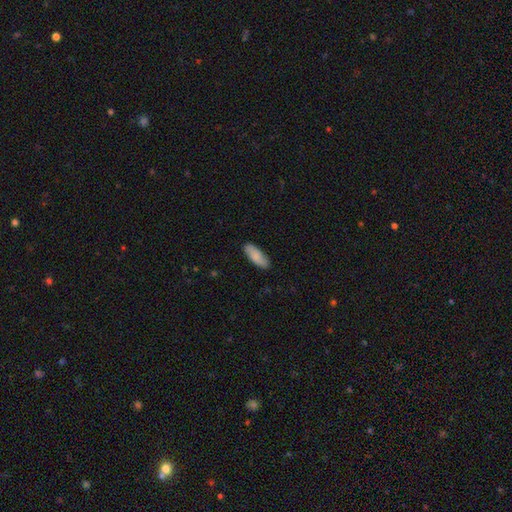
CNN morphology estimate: The model was most divided on "how rounded": in between: 68%, cigar-shaped: 30%, round: 2%. More confident: merging — none (87%); smooth or featured — smooth (84%).